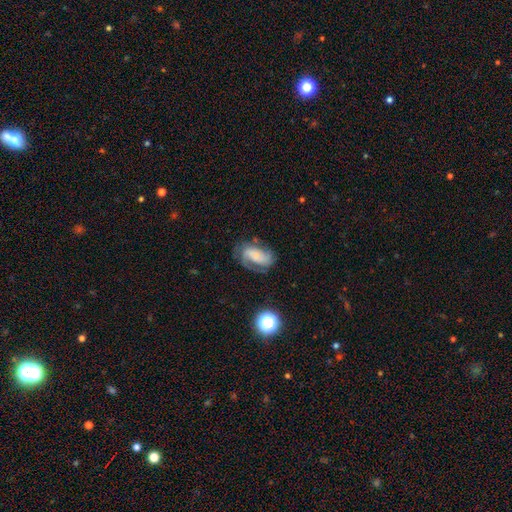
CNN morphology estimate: featured or disk 64%, smooth 26%, star or artifact 9%. Down the decision tree: edge-on disk — no (96%); bar — no (54%); spiral arms — yes (89%); spiral arm count — 2 (62%); spiral winding — medium (44%); bulge size — small (39%); merging — none (57%).